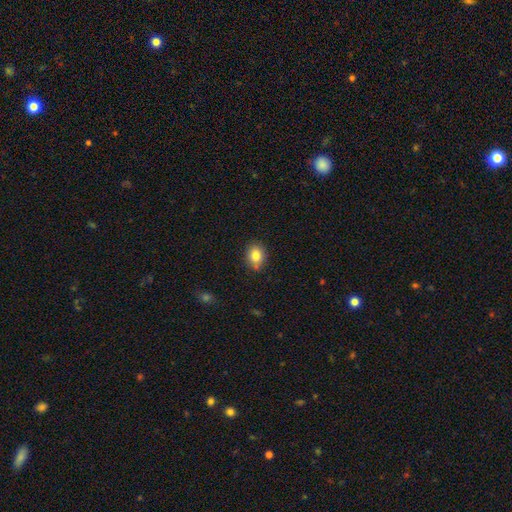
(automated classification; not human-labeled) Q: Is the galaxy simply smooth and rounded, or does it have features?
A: smooth — 82%.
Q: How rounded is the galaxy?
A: round — 53%.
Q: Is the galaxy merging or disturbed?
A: none — 81%.